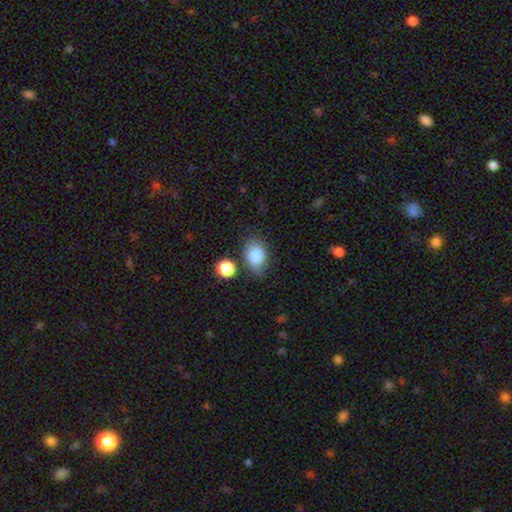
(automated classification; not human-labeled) Morphology: type=smooth (85%); roundness=in between (82%); merging=none (69%).